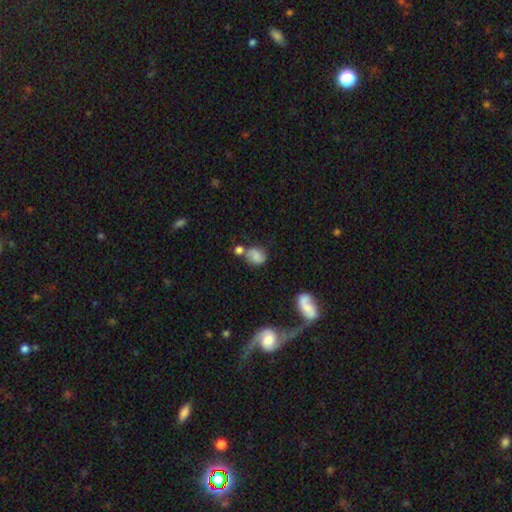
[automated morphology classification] Smooth or featured? Predicted: smooth (p=0.61). How rounded? Predicted: in between (p=0.50). Merging? Predicted: none (p=0.46).